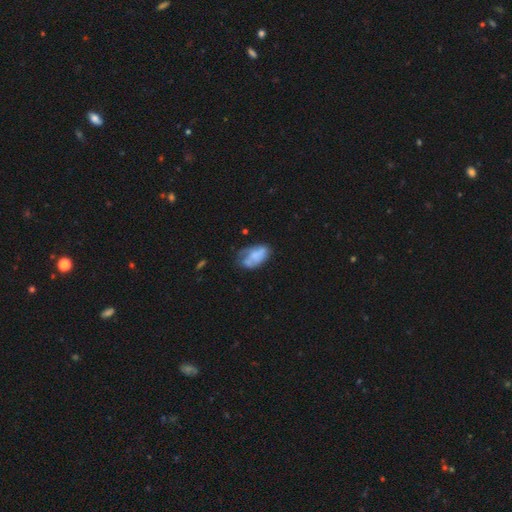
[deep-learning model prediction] The model was most divided on "merging": none: 39%, minor disturbance: 32%, major disturbance: 20%, merger: 9%. More confident: how rounded — in between (90%); smooth or featured — smooth (55%).